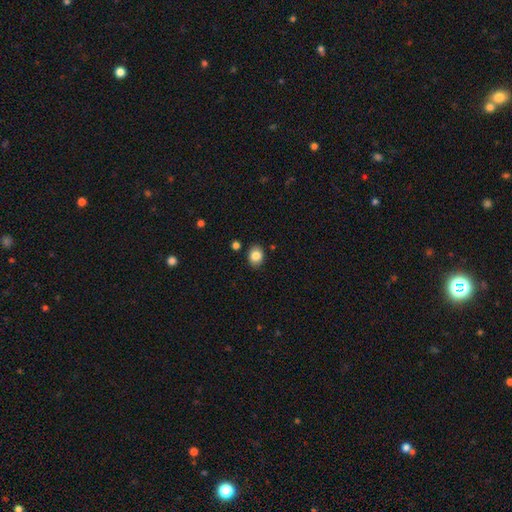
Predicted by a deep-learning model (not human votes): A smooth galaxy with no disk features (85%) that is in between round and cigar-shaped (53%). Merging: none (87%).